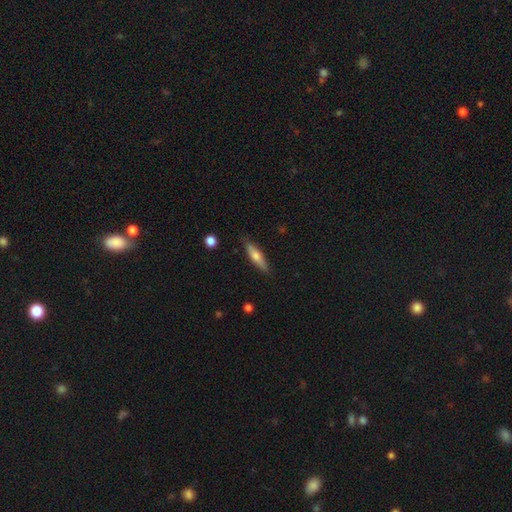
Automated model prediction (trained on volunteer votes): A smooth galaxy with no disk features (58%) that is cigar-shaped (73%). Merging: none (85%).